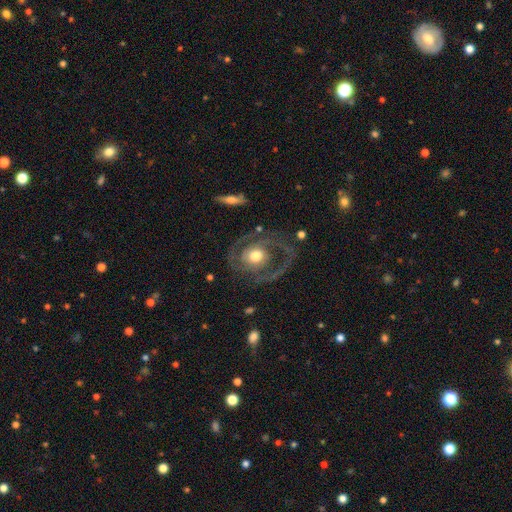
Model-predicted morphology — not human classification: This appears to be a featured or disk galaxy (74%) with no bar (73%), 2 (59%) medium (42%) spiral arms (71%) and a moderate central bulge (65%). Merging: none (62%).